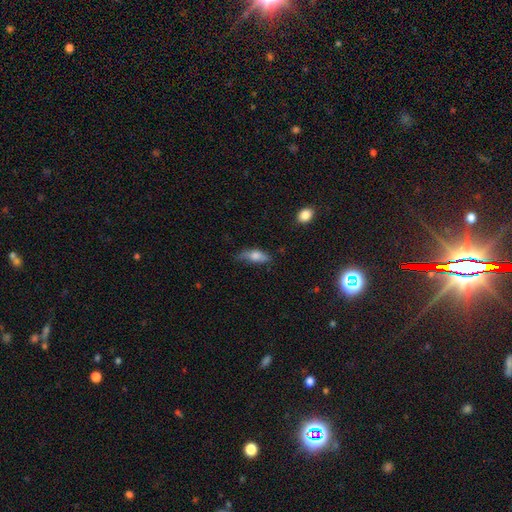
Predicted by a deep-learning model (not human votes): Smooth or featured? Predicted: smooth (p=0.72). How rounded? Predicted: in between (p=0.67). Merging? Predicted: none (p=0.53).